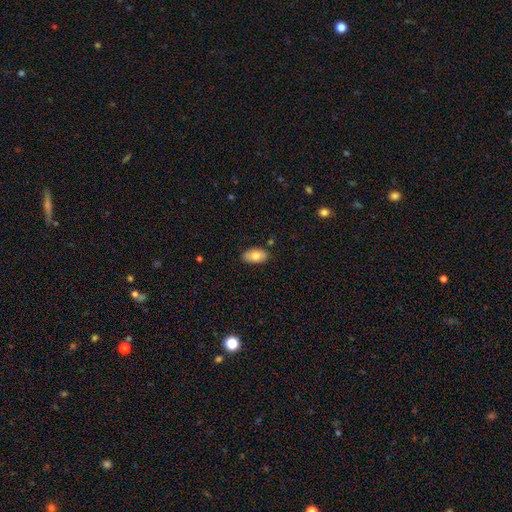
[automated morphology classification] Smooth or featured?
  - smooth: 79% *
  - featured or disk: 14%
  - star or artifact: 7%
How rounded?
  - in between: 94% *
  - round: 4%
  - cigar-shaped: 2%
Merging?
  - none: 85% *
  - minor disturbance: 11%
  - major disturbance: 2%
  - merger: 2%